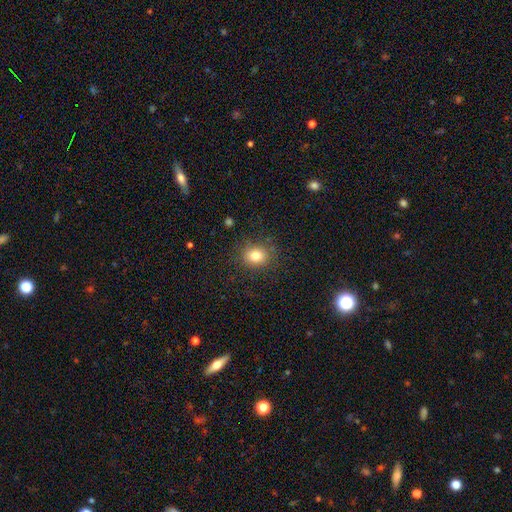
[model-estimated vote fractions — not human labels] Smooth or featured: smooth — 81% (star or artifact — 12%)
How rounded: round — 65% (in between — 34%)
Merging: none — 83% (minor disturbance — 11%)